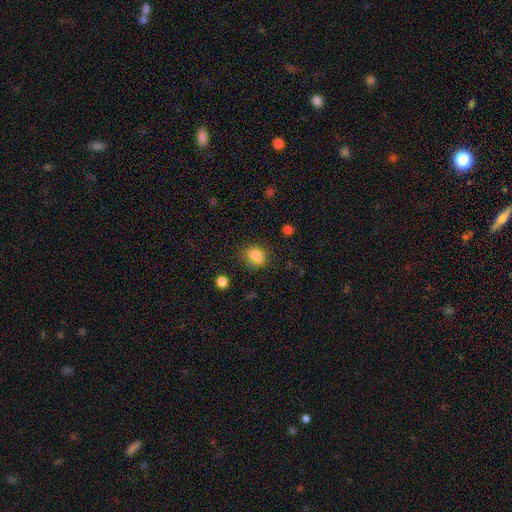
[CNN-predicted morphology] This is clearly a smooth galaxy (84%). How rounded: possibly round (55%). Merging: likely none (71%).